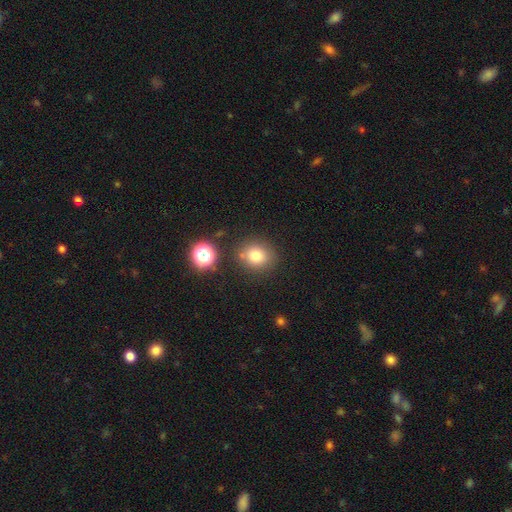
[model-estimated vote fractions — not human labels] smooth_or_featured: smooth (p=0.78) [alt: star or artifact p=0.14]
how_rounded: round (p=0.76) [alt: in between p=0.23]
merging: none (p=0.78) [alt: minor disturbance p=0.11]